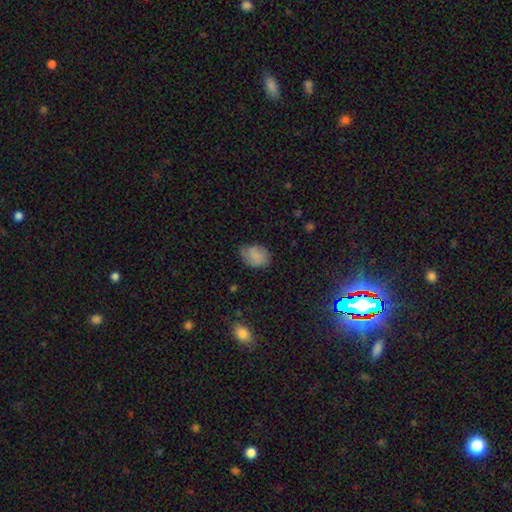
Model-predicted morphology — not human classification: Smooth or featured?
  - smooth: 71% *
  - featured or disk: 20%
  - star or artifact: 9%
How rounded?
  - in between: 67% *
  - round: 32%
  - cigar-shaped: 1%
Merging?
  - none: 59% *
  - minor disturbance: 31%
  - major disturbance: 9%
  - merger: 2%